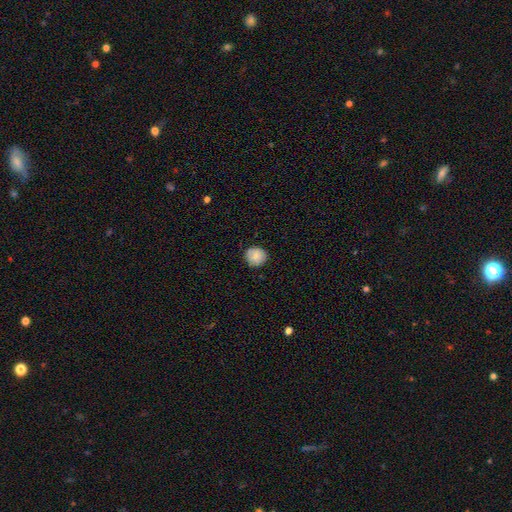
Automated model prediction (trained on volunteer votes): Morphology: type=smooth (84%); roundness=round (87%); merging=none (85%).